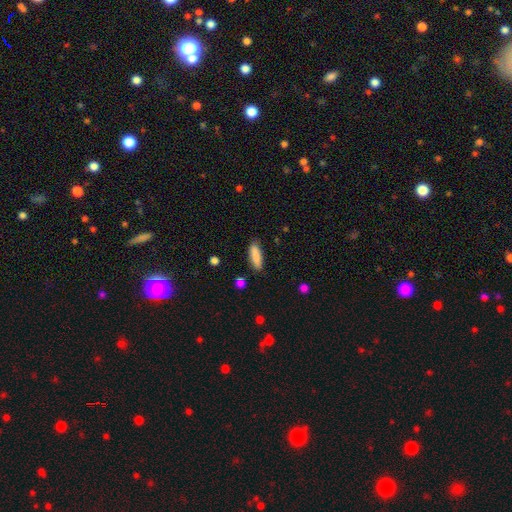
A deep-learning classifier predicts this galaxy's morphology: Q: Smooth or featured?
A: smooth (87%); runner-up: star or artifact (7%)
Q: How rounded?
A: cigar-shaped (52%); runner-up: in between (46%)
Q: Merging?
A: none (83%); runner-up: minor disturbance (13%)